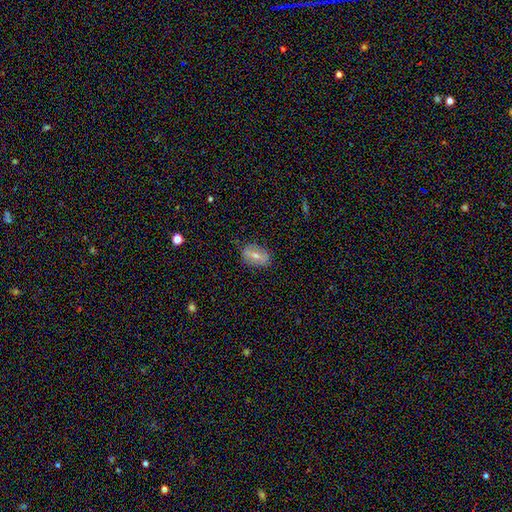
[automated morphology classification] smooth-or-featured: smooth: 57% | featured or disk: 34% | star or artifact: 9%
  how-rounded: in between: 84% | round: 14% | cigar-shaped: 2%
  merging: none: 82% | minor disturbance: 14% | major disturbance: 3% | merger: 1%